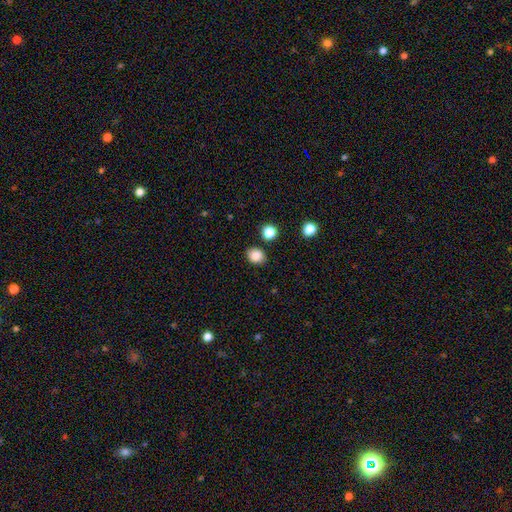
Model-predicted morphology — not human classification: Smooth or featured? smooth (86%)
How rounded? round (53%)
Merging? none (85%)